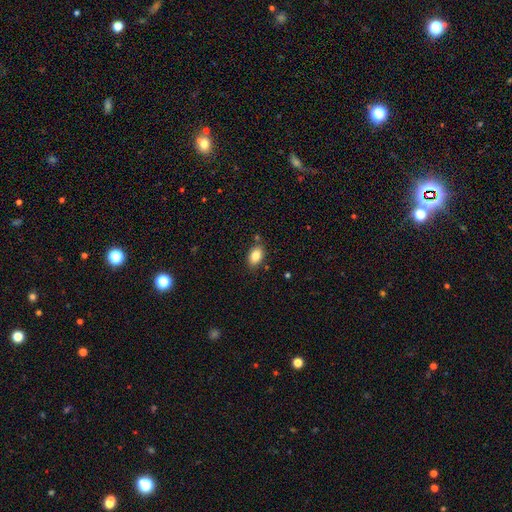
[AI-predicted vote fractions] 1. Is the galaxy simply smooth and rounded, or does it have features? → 84% smooth, 8% star or artifact, 8% featured or disk.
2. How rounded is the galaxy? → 87% in between, 12% round, 1% cigar-shaped.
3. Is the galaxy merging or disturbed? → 81% none, 12% minor disturbance, 4% merger, 2% major disturbance.